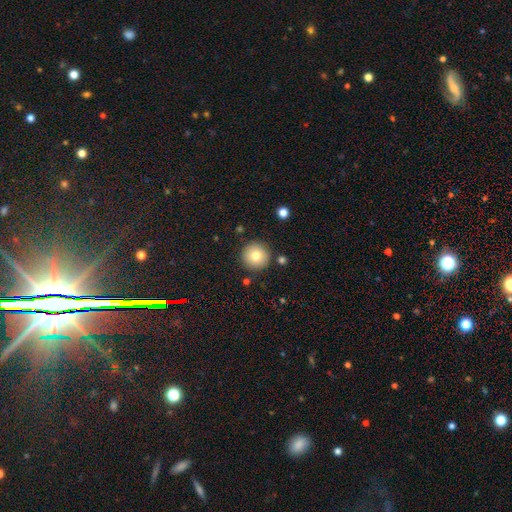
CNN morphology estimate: type=smooth (78%); roundness=round (96%); merging=none (88%).